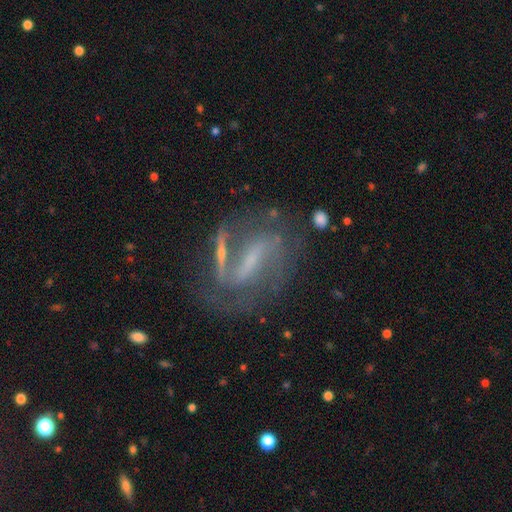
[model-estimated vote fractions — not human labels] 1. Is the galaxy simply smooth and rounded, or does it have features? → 81% featured or disk, 11% smooth, 8% star or artifact.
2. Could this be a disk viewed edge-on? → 88% no, 12% yes.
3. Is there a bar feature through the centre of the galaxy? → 63% strong, 26% weak, 11% no.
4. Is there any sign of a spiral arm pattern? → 86% yes, 14% no.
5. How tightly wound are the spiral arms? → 47% medium, 29% tight, 24% loose.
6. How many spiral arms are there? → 74% 2, 12% can't tell, 5% 1, 5% 3, 2% 4, 2% more than 4.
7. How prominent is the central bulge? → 57% small, 21% none, 18% moderate, 3% large, 2% dominant.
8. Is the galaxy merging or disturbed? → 54% none, 18% major disturbance, 18% minor disturbance, 10% merger.